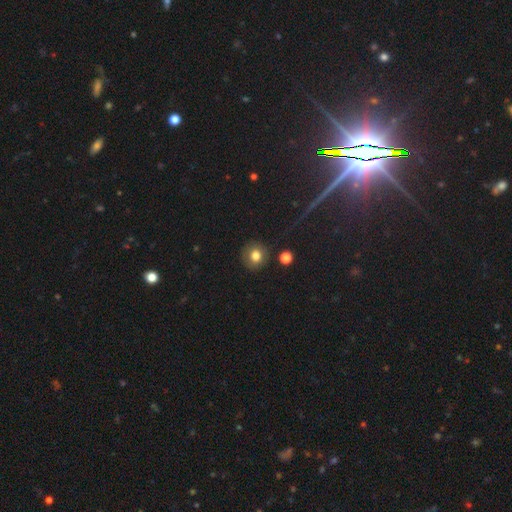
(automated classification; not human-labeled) Smooth or featured?
  - smooth: 79% *
  - star or artifact: 11%
  - featured or disk: 10%
How rounded?
  - round: 87% *
  - in between: 12%
  - cigar-shaped: 1%
Merging?
  - none: 85% *
  - minor disturbance: 9%
  - merger: 3%
  - major disturbance: 3%